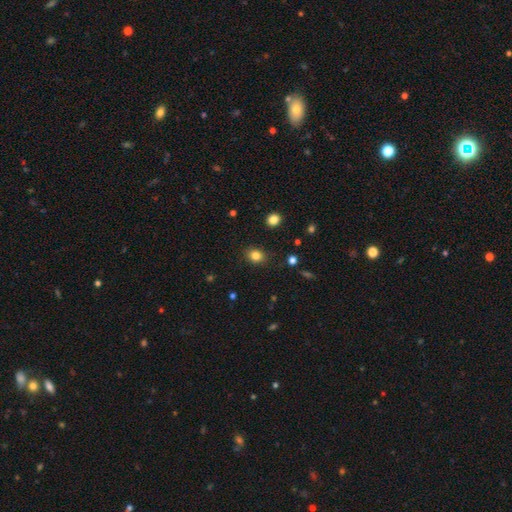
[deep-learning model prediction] Smooth or featured?
  - smooth: 82% *
  - star or artifact: 12%
  - featured or disk: 6%
How rounded?
  - round: 53% *
  - in between: 46%
  - cigar-shaped: 1%
Merging?
  - none: 87% *
  - minor disturbance: 9%
  - major disturbance: 2%
  - merger: 1%